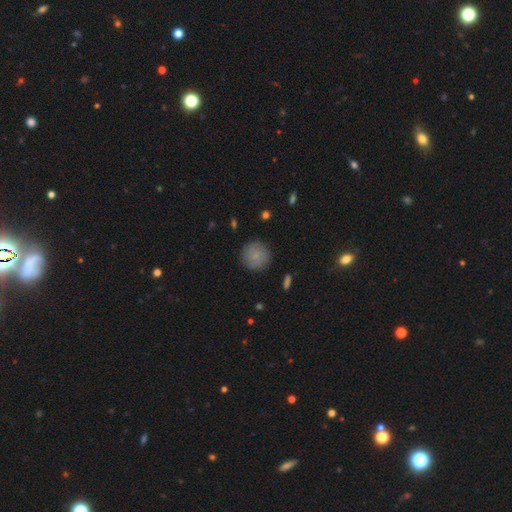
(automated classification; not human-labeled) Smooth or featured?
  - smooth: 81% *
  - featured or disk: 11%
  - star or artifact: 8%
How rounded?
  - round: 95% *
  - in between: 4%
  - cigar-shaped: 1%
Merging?
  - none: 88% *
  - minor disturbance: 8%
  - major disturbance: 2%
  - merger: 1%